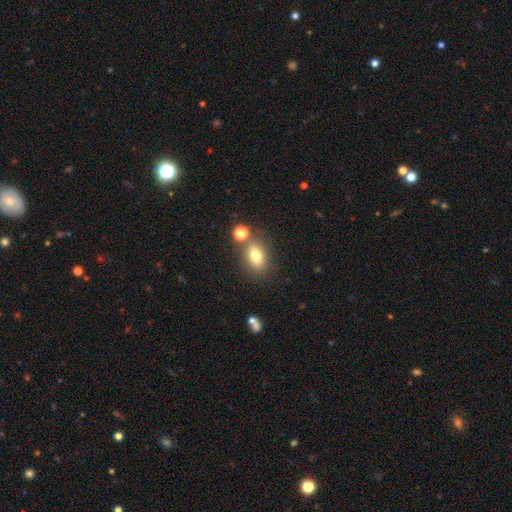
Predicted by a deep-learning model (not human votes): Smooth or featured: smooth — 77% (featured or disk — 12%)
How rounded: in between — 78% (round — 19%)
Merging: none — 68% (merger — 15%)